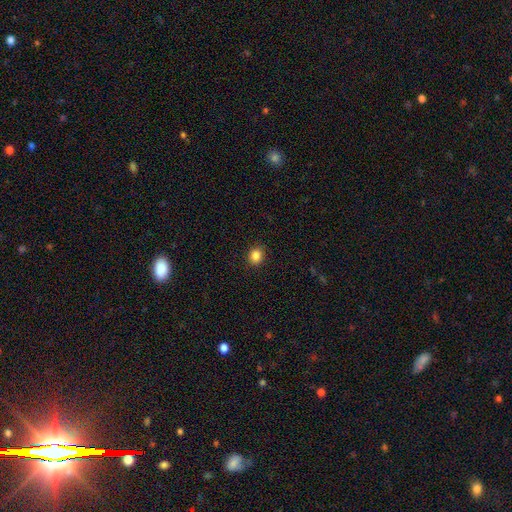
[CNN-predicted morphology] This appears to be a smooth galaxy with no disk features (85%) that is round (69%). Merging: none (90%).